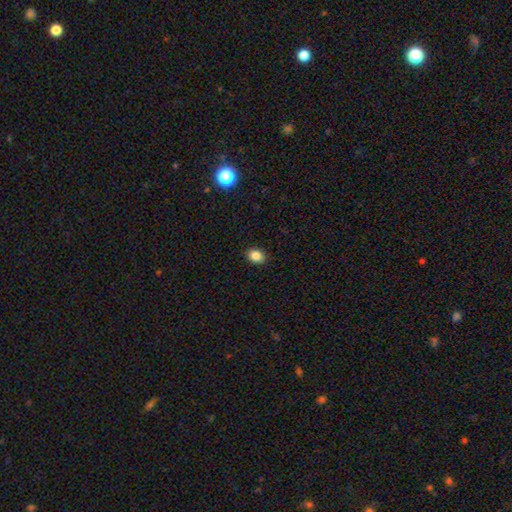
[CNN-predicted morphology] Q: Smooth or featured?
A: smooth (86%); runner-up: star or artifact (9%)
Q: How rounded?
A: in between (65%); runner-up: round (34%)
Q: Merging?
A: none (90%); runner-up: minor disturbance (7%)